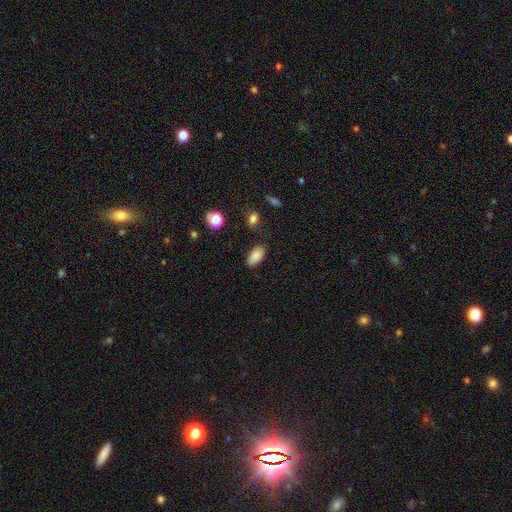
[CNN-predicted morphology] The model was most divided on "merging": none: 83%, minor disturbance: 13%, major disturbance: 3%, merger: 2%. More confident: how rounded — in between (93%); smooth or featured — smooth (86%).